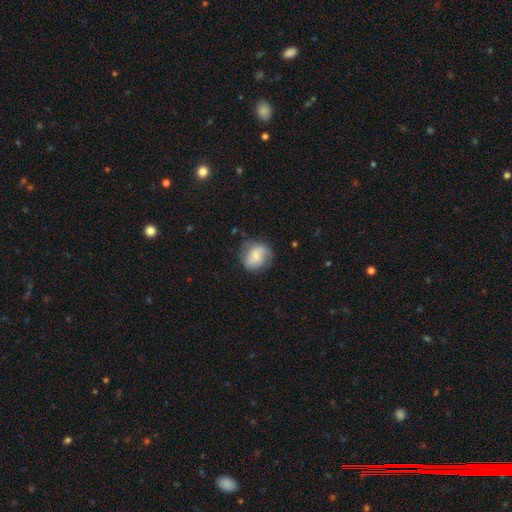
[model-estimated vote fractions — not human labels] This appears to be a smooth galaxy with no disk features (55%) that is round (75%). Merging: none (68%).